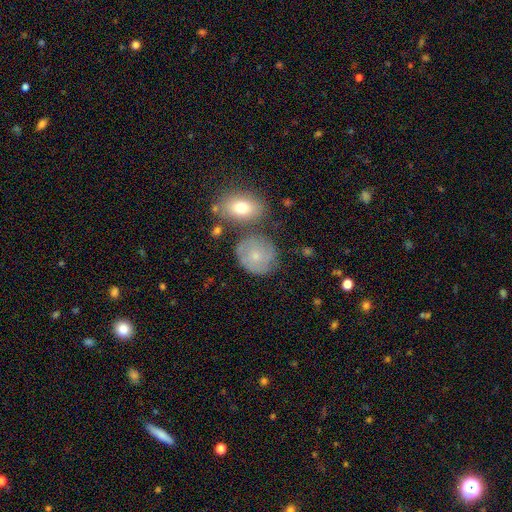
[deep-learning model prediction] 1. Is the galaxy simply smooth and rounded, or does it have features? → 48% smooth, 43% featured or disk, 9% star or artifact.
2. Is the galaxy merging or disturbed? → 64% none, 19% minor disturbance, 10% merger, 7% major disturbance.